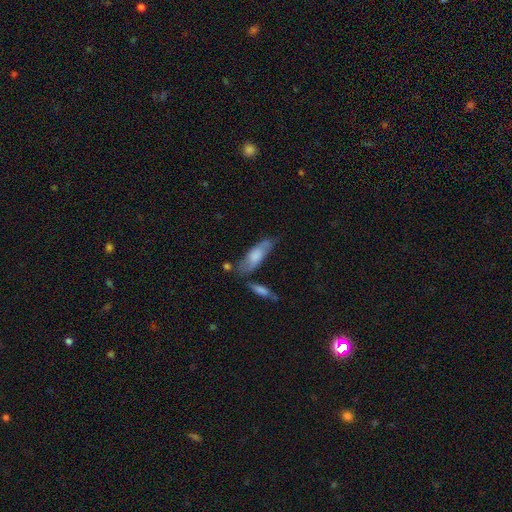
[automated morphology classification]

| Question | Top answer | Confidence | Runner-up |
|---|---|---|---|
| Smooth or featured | smooth | 67% | featured or disk (27%) |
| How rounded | in between | 59% | cigar-shaped (39%) |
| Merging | none | 57% | minor disturbance (24%) |